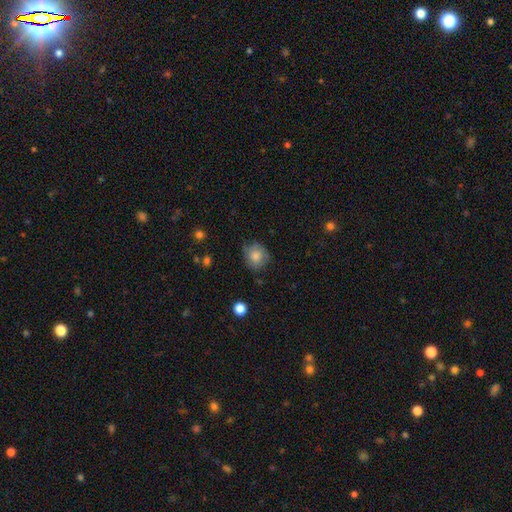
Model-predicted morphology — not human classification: Smooth or featured?
  - smooth: 71% *
  - featured or disk: 20%
  - star or artifact: 9%
How rounded?
  - round: 79% *
  - in between: 20%
  - cigar-shaped: 1%
Merging?
  - none: 73% *
  - minor disturbance: 20%
  - major disturbance: 5%
  - merger: 1%